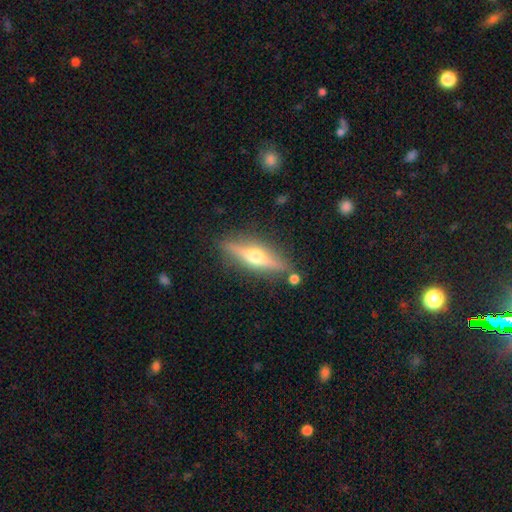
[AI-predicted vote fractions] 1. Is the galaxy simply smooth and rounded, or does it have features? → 70% featured or disk, 24% smooth, 6% star or artifact.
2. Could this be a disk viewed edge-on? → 95% yes, 5% no.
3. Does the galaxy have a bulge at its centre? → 95% rounded, 3% none, 3% boxy.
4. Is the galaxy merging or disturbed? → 84% none, 10% minor disturbance, 3% merger, 3% major disturbance.